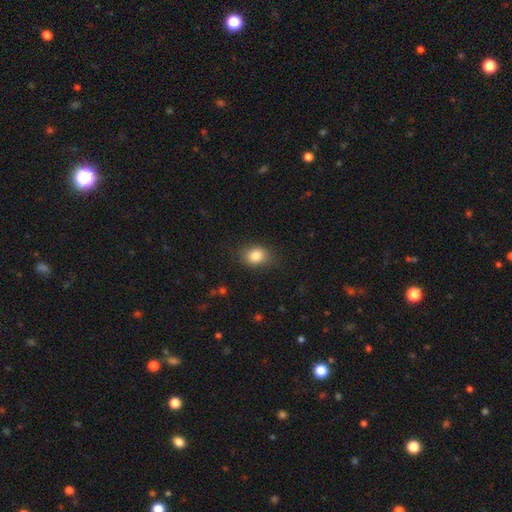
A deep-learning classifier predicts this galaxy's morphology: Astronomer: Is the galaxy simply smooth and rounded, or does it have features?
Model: smooth — 83%.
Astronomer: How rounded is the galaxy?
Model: in between — 57% (runner-up: round, 42%).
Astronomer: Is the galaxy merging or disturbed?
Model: none — 81%.